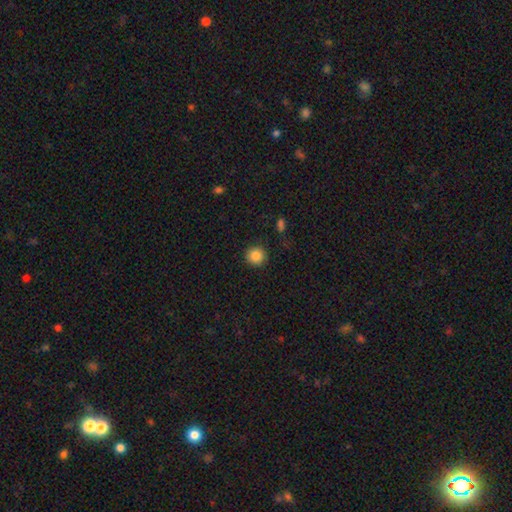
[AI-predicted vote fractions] This is clearly a smooth galaxy (85%). How rounded: clearly round (94%). Merging: clearly none (90%).